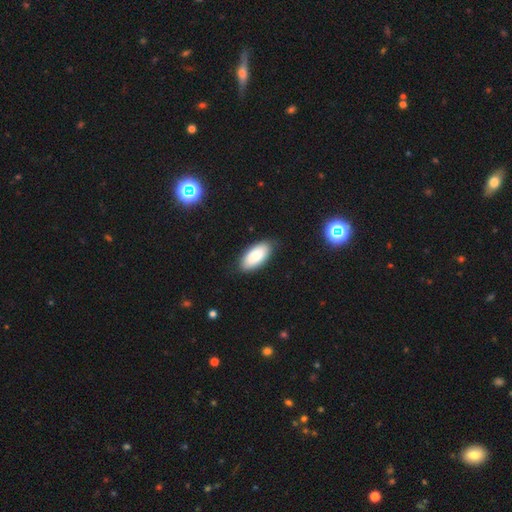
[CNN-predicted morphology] Smooth or featured?
  - smooth: 85% *
  - featured or disk: 9%
  - star or artifact: 6%
How rounded?
  - in between: 92% *
  - cigar-shaped: 6%
  - round: 2%
Merging?
  - none: 85% *
  - minor disturbance: 12%
  - major disturbance: 2%
  - merger: 1%